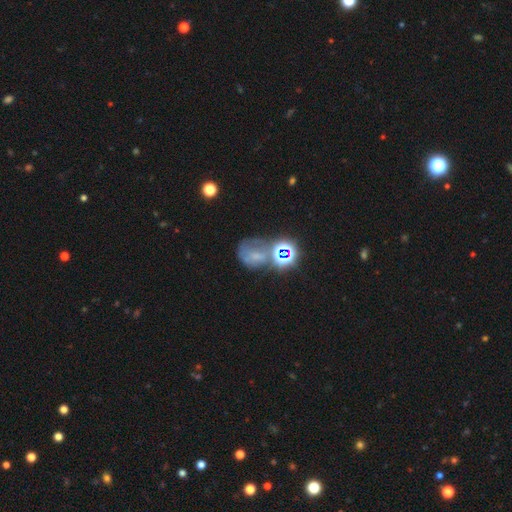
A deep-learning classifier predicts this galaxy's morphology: This appears to be a star or artifact, not a galaxy (35%, tied with smooth).